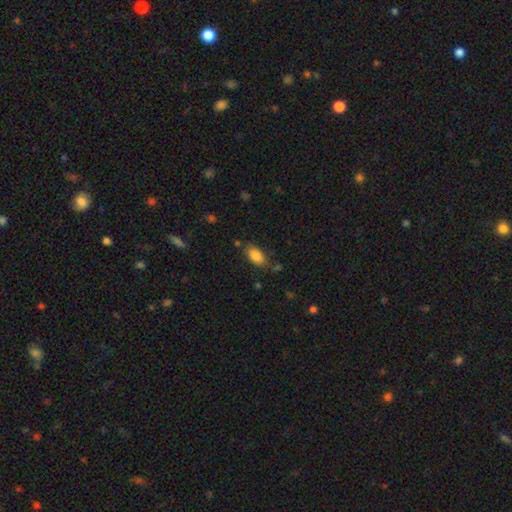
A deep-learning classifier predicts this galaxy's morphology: Smooth or featured? smooth (86%)
How rounded? in between (91%)
Merging? none (73%)